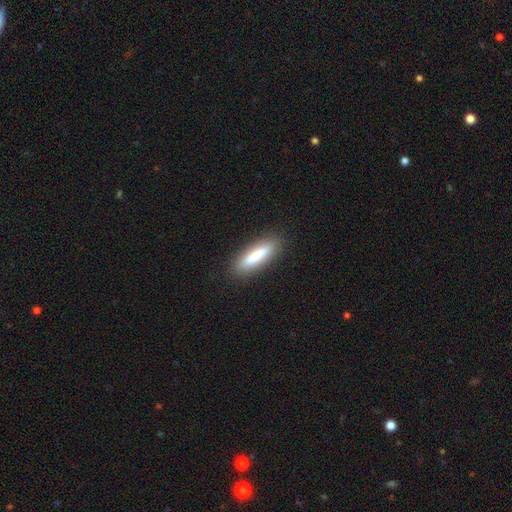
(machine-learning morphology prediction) This is likely a smooth galaxy (79%). How rounded: likely cigar-shaped (69%). Merging: clearly none (88%).